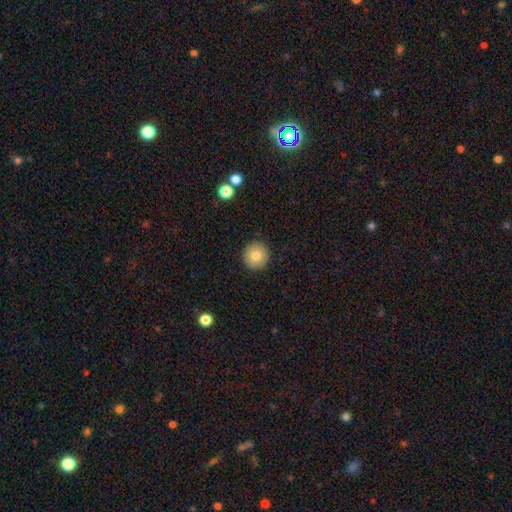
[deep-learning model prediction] Smooth or featured? Predicted: smooth (p=0.82). How rounded? Predicted: round (p=0.95). Merging? Predicted: none (p=0.92).